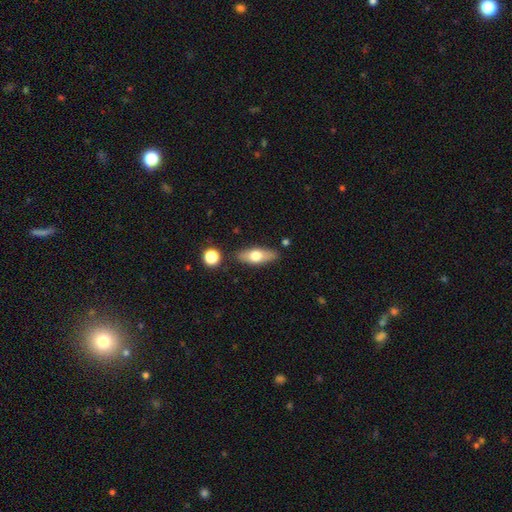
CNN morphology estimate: The model was most divided on "smooth or featured": smooth: 60%, featured or disk: 33%, star or artifact: 7%. More confident: merging — none (83%); how rounded — in between (66%).